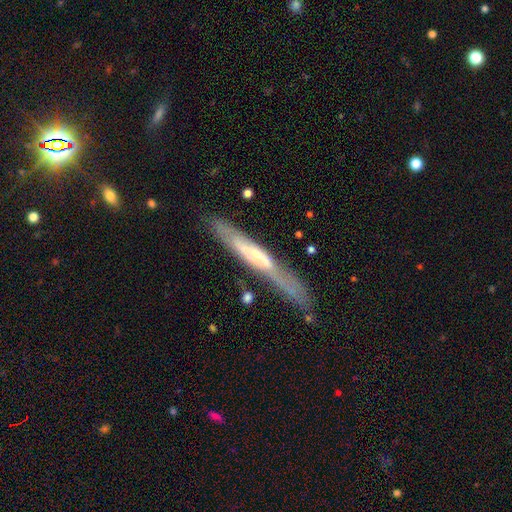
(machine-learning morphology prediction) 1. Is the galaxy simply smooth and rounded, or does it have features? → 64% featured or disk, 30% smooth, 6% star or artifact.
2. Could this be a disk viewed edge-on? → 72% yes, 28% no.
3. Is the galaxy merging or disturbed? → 65% none, 22% minor disturbance, 9% major disturbance, 5% merger.